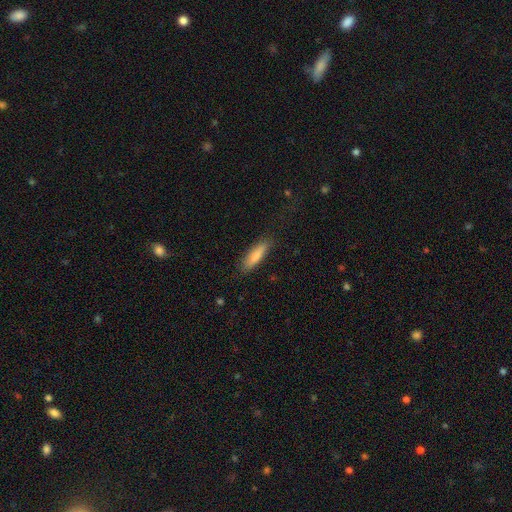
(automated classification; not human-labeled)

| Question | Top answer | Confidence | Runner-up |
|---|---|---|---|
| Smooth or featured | smooth | 82% | featured or disk (12%) |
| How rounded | cigar-shaped | 61% | in between (37%) |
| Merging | none | 83% | minor disturbance (13%) |